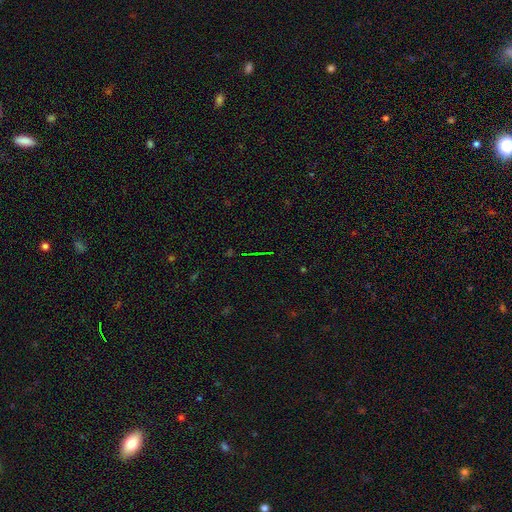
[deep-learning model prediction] A star or artifact, not a galaxy (73%).